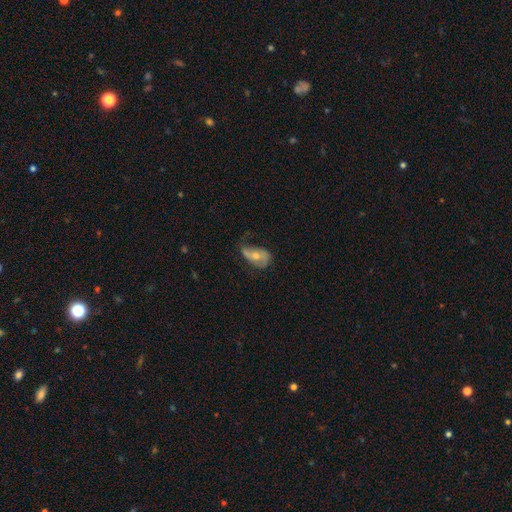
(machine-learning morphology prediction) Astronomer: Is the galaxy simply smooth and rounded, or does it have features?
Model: featured or disk — 57% (runner-up: smooth, 36%).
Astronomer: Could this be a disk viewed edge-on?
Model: no — 93%.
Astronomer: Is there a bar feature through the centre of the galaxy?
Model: no — 62%.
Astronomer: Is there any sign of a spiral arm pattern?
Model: yes — 73%.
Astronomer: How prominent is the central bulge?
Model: moderate — 56% (runner-up: small, 39%).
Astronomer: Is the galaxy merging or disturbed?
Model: none — 39% (runner-up: minor disturbance, 37%).